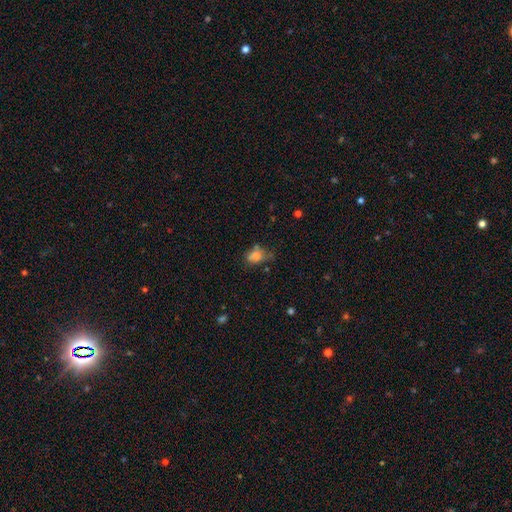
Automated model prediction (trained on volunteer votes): smooth-or-featured: smooth: 74% | featured or disk: 14% | star or artifact: 12%
  how-rounded: in between: 65% | round: 33% | cigar-shaped: 2%
  merging: none: 45% | minor disturbance: 31% | major disturbance: 13% | merger: 11%